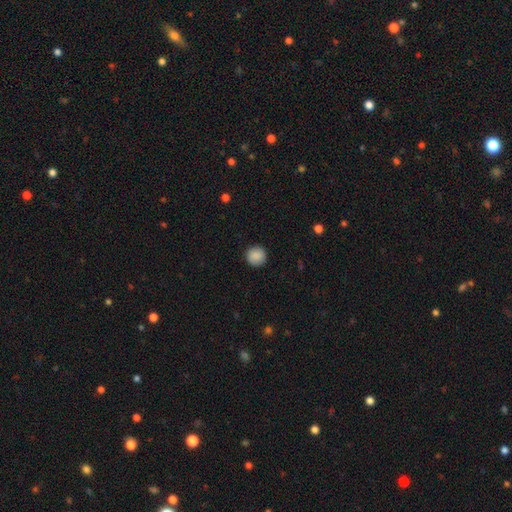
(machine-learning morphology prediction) The model was most divided on "smooth or featured": smooth: 89%, star or artifact: 8%, featured or disk: 3%. More confident: how rounded — round (94%); merging — none (91%).